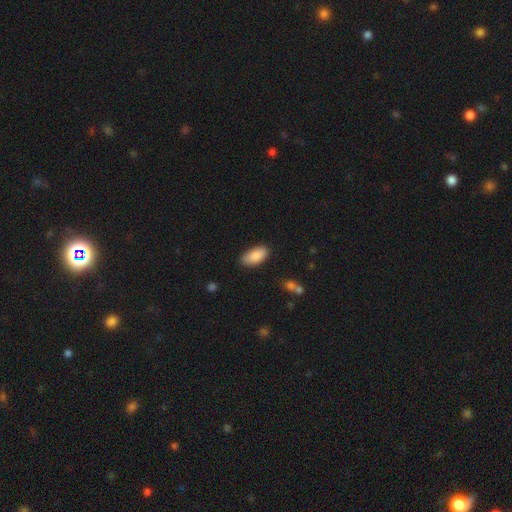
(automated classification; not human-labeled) Smooth or featured?
  - smooth: 88% *
  - star or artifact: 6%
  - featured or disk: 5%
How rounded?
  - in between: 93% *
  - cigar-shaped: 5%
  - round: 2%
Merging?
  - none: 84% *
  - minor disturbance: 12%
  - major disturbance: 2%
  - merger: 1%